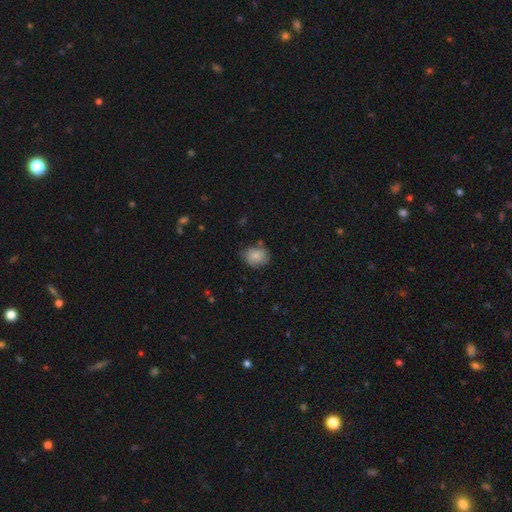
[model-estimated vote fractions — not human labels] A smooth galaxy with no disk features (84%) that is in between round and cigar-shaped (53%). Merging: none (70%).